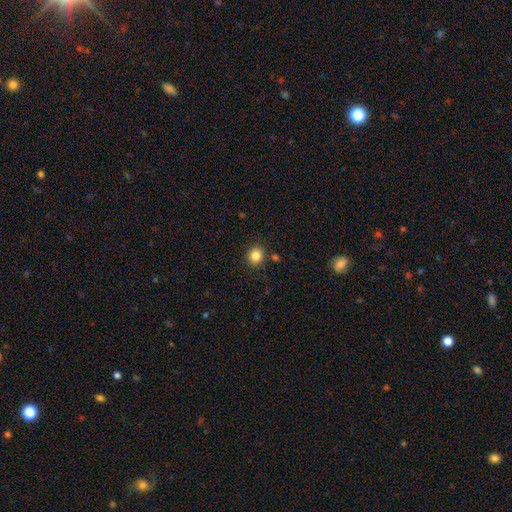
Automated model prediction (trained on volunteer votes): Smooth or featured? smooth (84%)
How rounded? round (87%)
Merging? none (88%)